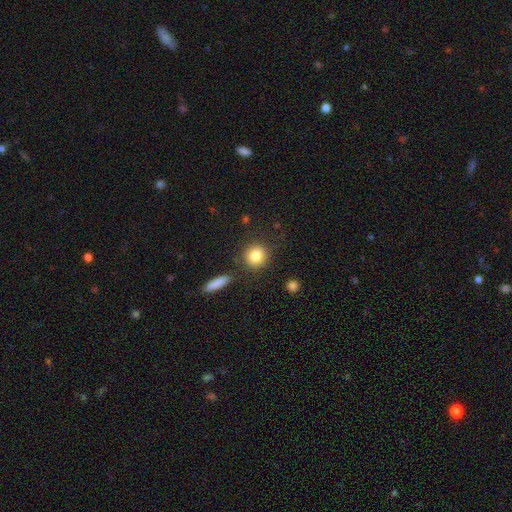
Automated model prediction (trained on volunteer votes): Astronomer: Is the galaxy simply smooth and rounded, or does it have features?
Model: smooth — 84%.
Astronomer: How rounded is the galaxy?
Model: round — 89%.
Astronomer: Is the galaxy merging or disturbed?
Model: none — 83%.